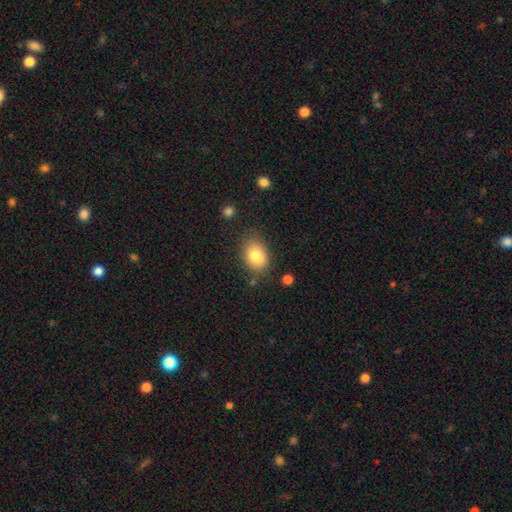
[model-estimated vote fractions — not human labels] smooth_or_featured: smooth (p=0.82) [alt: featured or disk p=0.10]
how_rounded: in between (p=0.75) [alt: round p=0.24]
merging: none (p=0.76) [alt: minor disturbance p=0.17]